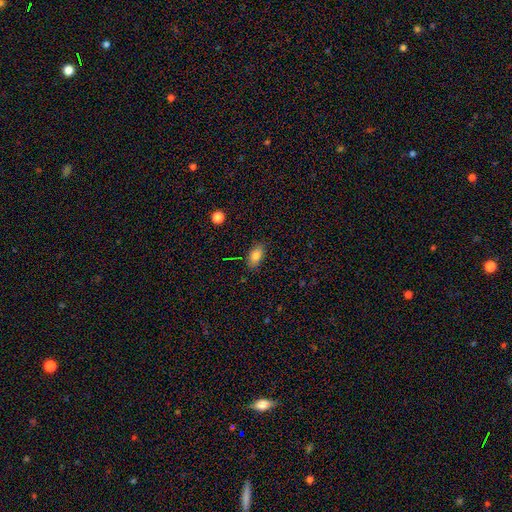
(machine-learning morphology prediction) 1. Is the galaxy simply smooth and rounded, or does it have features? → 82% smooth, 9% star or artifact, 9% featured or disk.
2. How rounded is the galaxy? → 89% in between, 6% round, 4% cigar-shaped.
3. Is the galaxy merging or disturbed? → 83% none, 12% minor disturbance, 3% major disturbance, 2% merger.